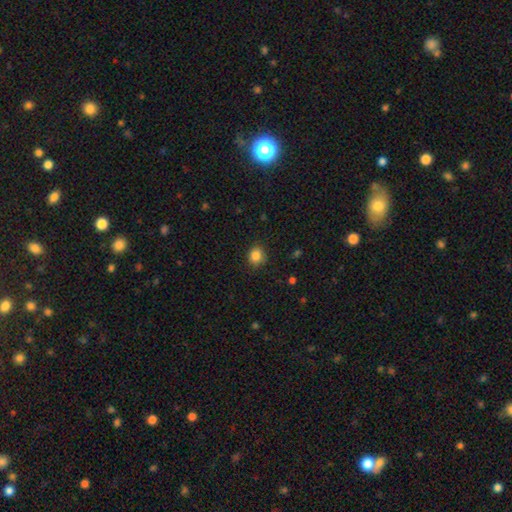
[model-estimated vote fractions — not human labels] Overall: smooth (85%). How rounded: round (78%). Merging: none (85%).